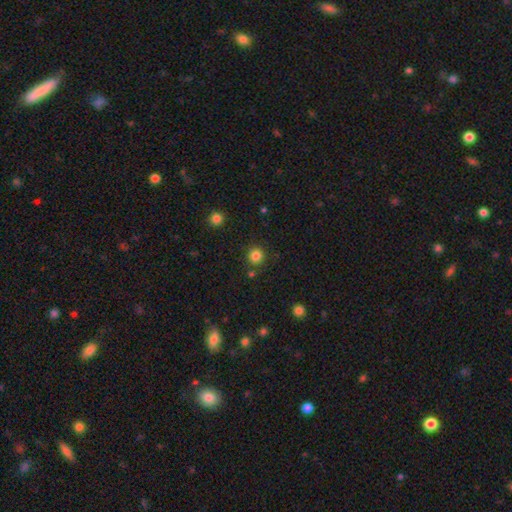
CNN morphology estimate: Smooth or featured: smooth — 83% (star or artifact — 13%)
How rounded: round — 93% (in between — 6%)
Merging: none — 87% (minor disturbance — 7%)